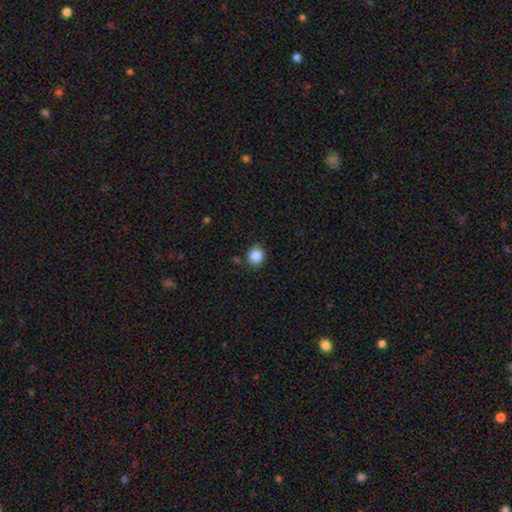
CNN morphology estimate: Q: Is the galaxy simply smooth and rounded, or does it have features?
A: smooth — 87%.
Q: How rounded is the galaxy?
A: round — 79%.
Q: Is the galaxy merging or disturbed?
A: none — 85%.